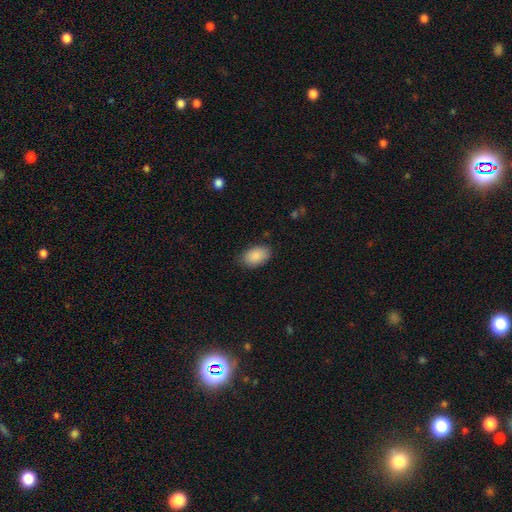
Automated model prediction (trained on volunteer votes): smooth-or-featured: smooth: 89% | star or artifact: 7% | featured or disk: 4%
  how-rounded: in between: 92% | round: 7% | cigar-shaped: 1%
  merging: none: 82% | minor disturbance: 14% | major disturbance: 3% | merger: 1%